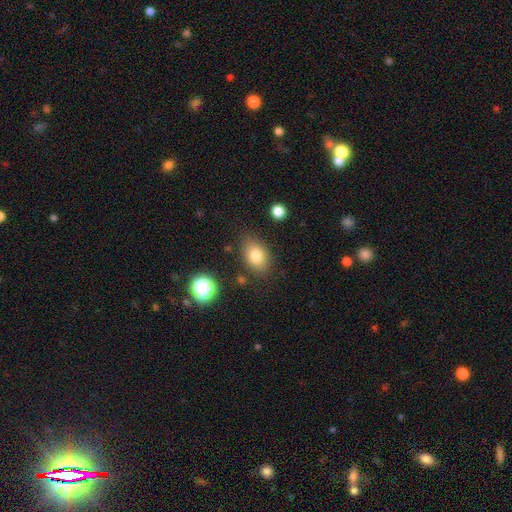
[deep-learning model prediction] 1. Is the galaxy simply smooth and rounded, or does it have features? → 79% smooth, 11% featured or disk, 10% star or artifact.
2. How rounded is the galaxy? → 78% in between, 20% round, 1% cigar-shaped.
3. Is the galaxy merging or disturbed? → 78% none, 15% minor disturbance, 4% major disturbance, 3% merger.